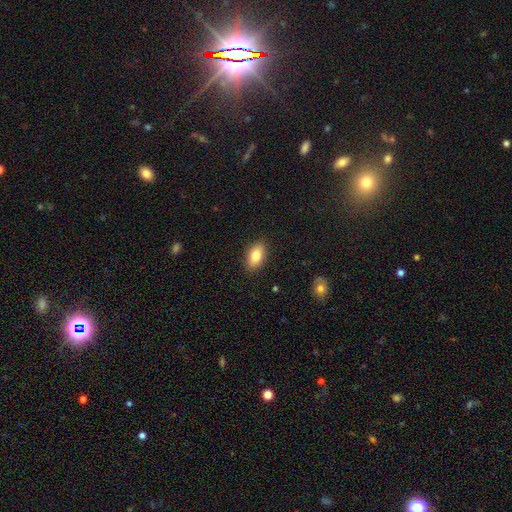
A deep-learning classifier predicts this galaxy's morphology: Q: Smooth or featured?
A: smooth (84%); runner-up: featured or disk (9%)
Q: How rounded?
A: in between (92%); runner-up: round (5%)
Q: Merging?
A: none (88%); runner-up: minor disturbance (9%)